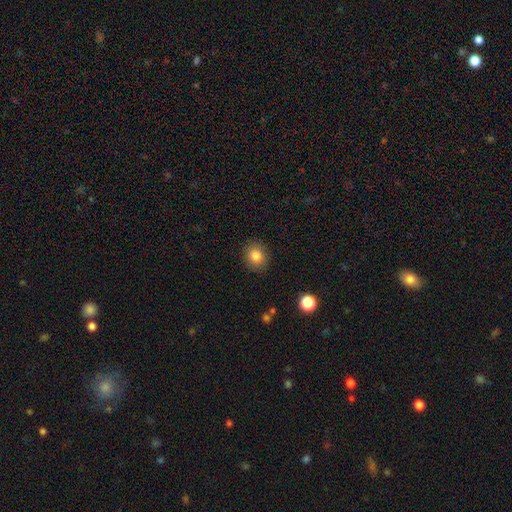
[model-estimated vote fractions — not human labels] smooth-or-featured: smooth: 83% | star or artifact: 10% | featured or disk: 7%
  how-rounded: round: 72% | in between: 28% | cigar-shaped: 1%
  merging: none: 88% | minor disturbance: 8% | major disturbance: 2% | merger: 1%